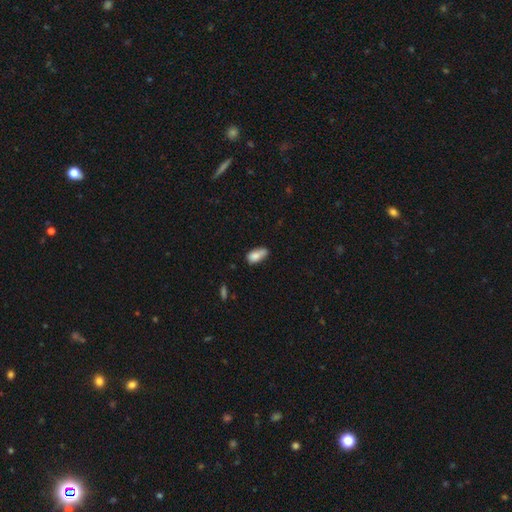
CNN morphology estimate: Q: Smooth or featured?
A: smooth (82%); runner-up: featured or disk (10%)
Q: How rounded?
A: in between (88%); runner-up: cigar-shaped (9%)
Q: Merging?
A: none (49%); runner-up: minor disturbance (36%)